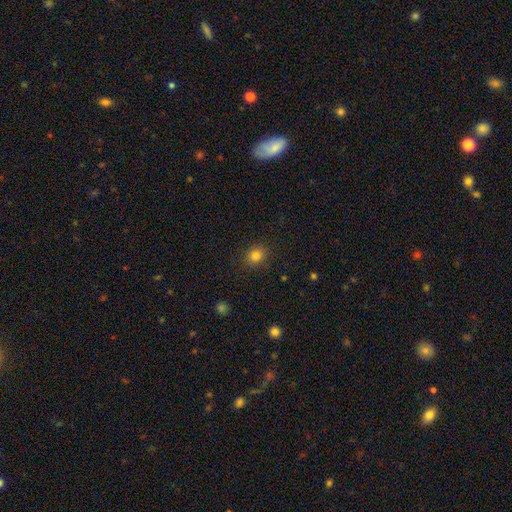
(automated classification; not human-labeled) A smooth galaxy with no disk features (82%) that is round (72%). Merging: none (88%).